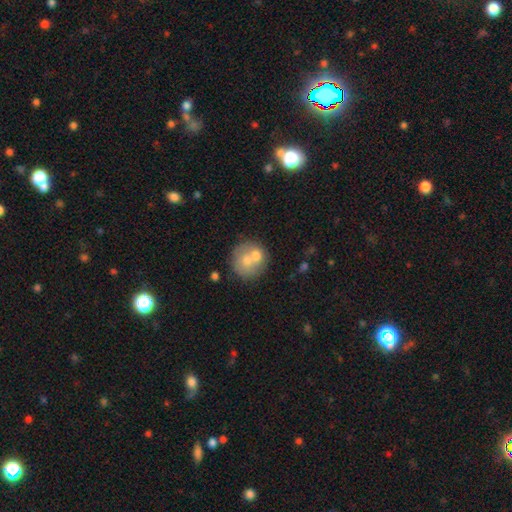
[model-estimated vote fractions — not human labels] A smooth galaxy with no disk features (62%) that is round (83%).

Vote fractions:
- Smooth or featured? smooth: 62% / featured or disk: 31% / star or artifact: 8%
- How rounded? round: 83% / in between: 16% / cigar-shaped: 1%
- Merging? merger: 49% / none: 37% / minor disturbance: 10% / major disturbance: 4%